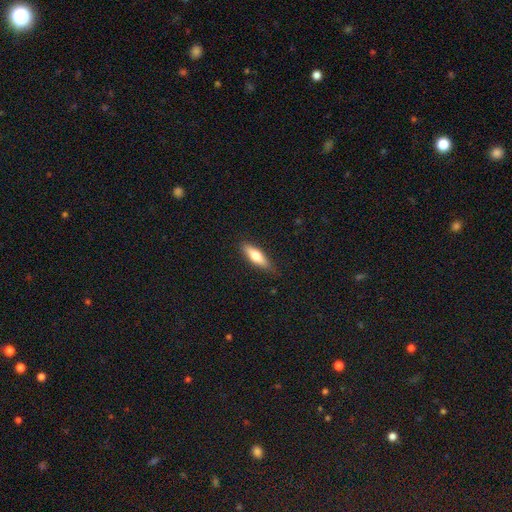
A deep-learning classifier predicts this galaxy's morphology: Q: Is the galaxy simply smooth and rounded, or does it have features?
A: smooth — 65%.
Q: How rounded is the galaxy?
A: cigar-shaped — 57%.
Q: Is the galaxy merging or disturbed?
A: none — 85%.